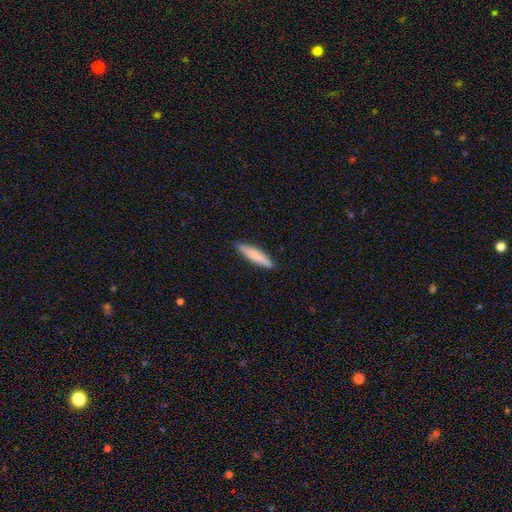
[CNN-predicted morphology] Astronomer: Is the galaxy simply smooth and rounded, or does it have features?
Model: smooth — 79%.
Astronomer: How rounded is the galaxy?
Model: cigar-shaped — 87%.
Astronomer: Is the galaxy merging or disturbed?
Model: none — 90%.